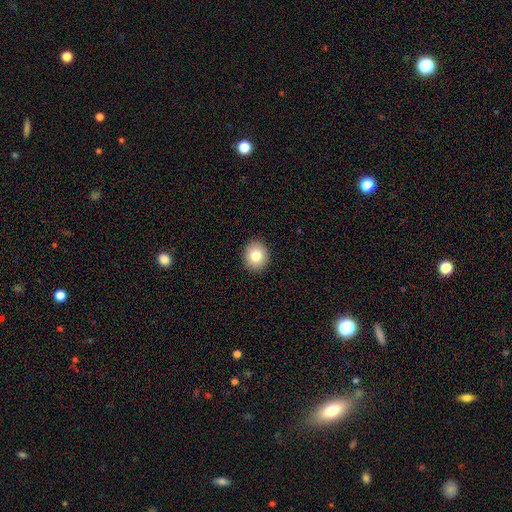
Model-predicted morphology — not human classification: Smooth or featured? Predicted: smooth (p=0.81). How rounded? Predicted: round (p=0.77). Merging? Predicted: none (p=0.92).